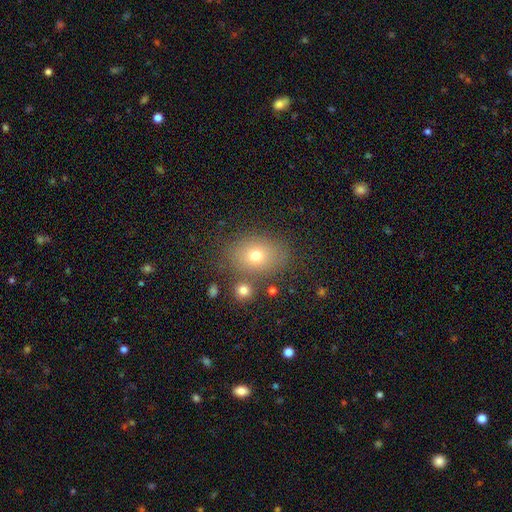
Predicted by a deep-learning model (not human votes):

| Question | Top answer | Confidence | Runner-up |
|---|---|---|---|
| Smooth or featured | smooth | 71% | featured or disk (15%) |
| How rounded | in between | 66% | round (33%) |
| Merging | none | 76% | minor disturbance (12%) |